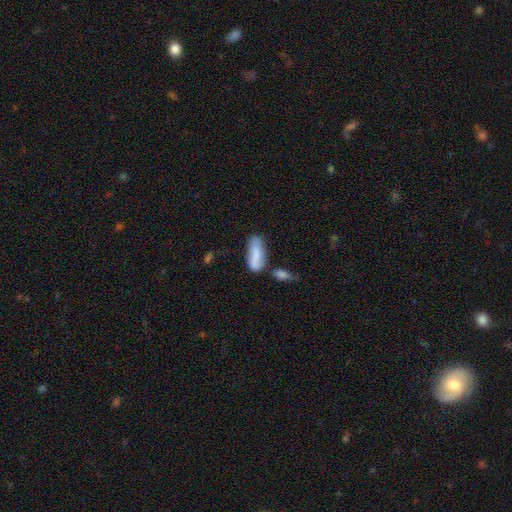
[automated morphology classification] This appears to be a smooth galaxy with no disk features (79%) that is in between round and cigar-shaped (74%). Merging: none (54%).